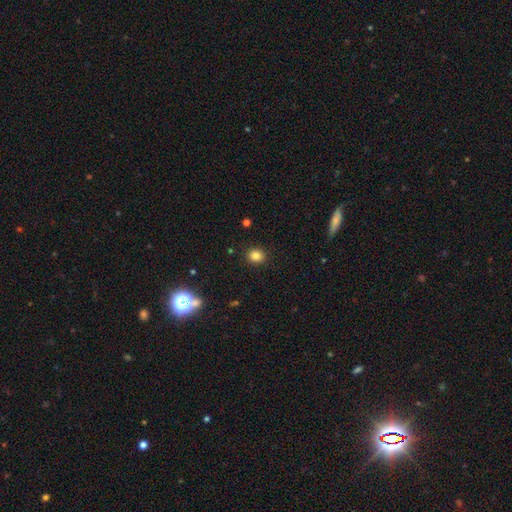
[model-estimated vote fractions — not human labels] This is clearly a smooth galaxy (83%). How rounded: likely round (72%). Merging: clearly none (90%).